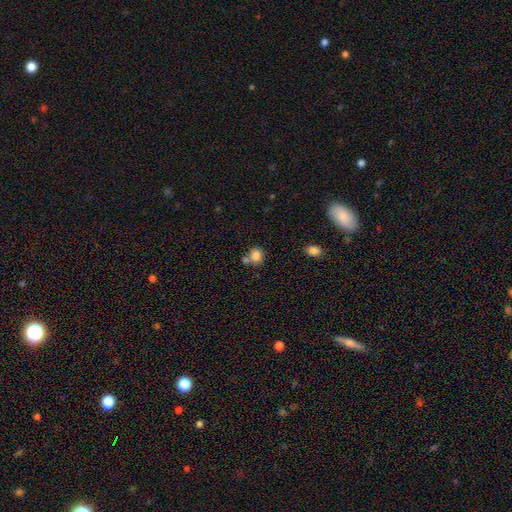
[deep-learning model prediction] Smooth or featured: smooth — 83% (star or artifact — 10%)
How rounded: round — 75% (in between — 24%)
Merging: none — 57% (merger — 27%)